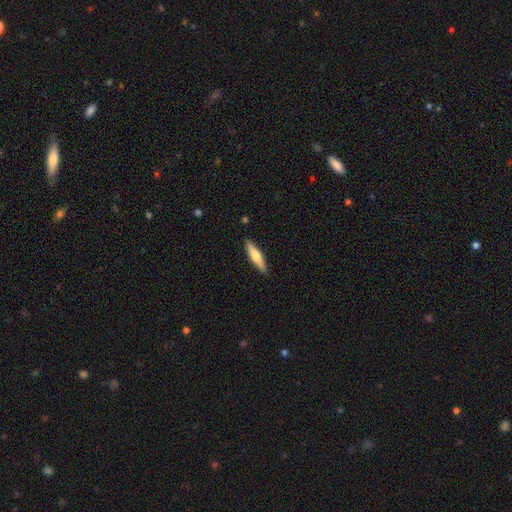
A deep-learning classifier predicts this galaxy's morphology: This is possibly a smooth galaxy (57%). How rounded: likely cigar-shaped (75%). Merging: clearly none (89%).